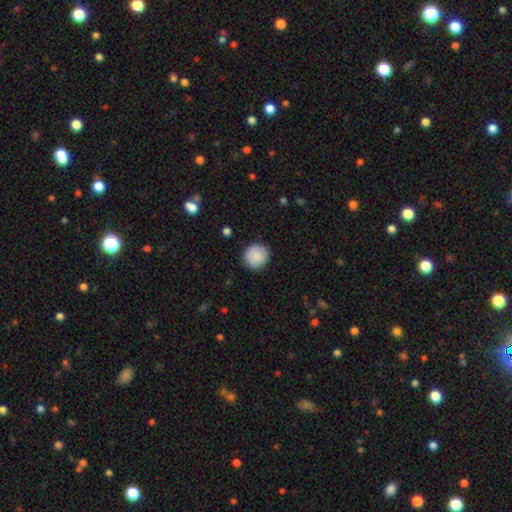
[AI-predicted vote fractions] Q: Smooth or featured?
A: smooth (88%); runner-up: star or artifact (7%)
Q: How rounded?
A: round (94%); runner-up: in between (5%)
Q: Merging?
A: none (88%); runner-up: minor disturbance (8%)